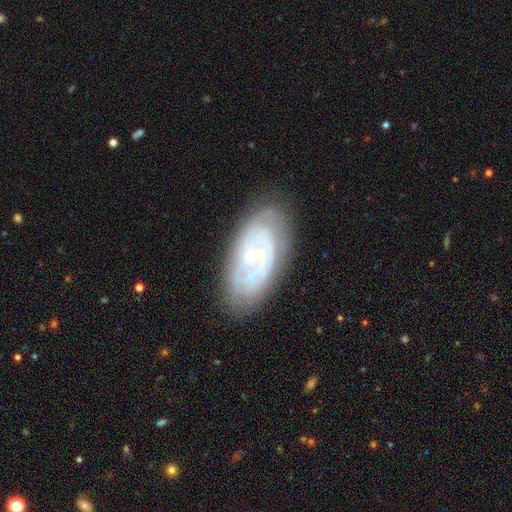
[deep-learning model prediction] Smooth or featured?
  - featured or disk: 75% *
  - smooth: 18%
  - star or artifact: 7%
Edge-on disk?
  - no: 94% *
  - yes: 6%
Bar?
  - no: 43% *
  - weak: 42%
  - strong: 15%
Spiral arms?
  - yes: 78% *
  - no: 22%
Spiral winding?
  - tight: 60% *
  - medium: 30%
  - loose: 10%
Spiral arm count?
  - can't tell: 45% *
  - 2: 32%
  - 3: 10%
  - 1: 5%
  - 4: 5%
  - more than 4: 3%
Bulge size?
  - small: 72% *
  - moderate: 19%
  - none: 6%
  - large: 2%
  - dominant: 1%
Merging?
  - none: 75% *
  - minor disturbance: 17%
  - major disturbance: 6%
  - merger: 2%